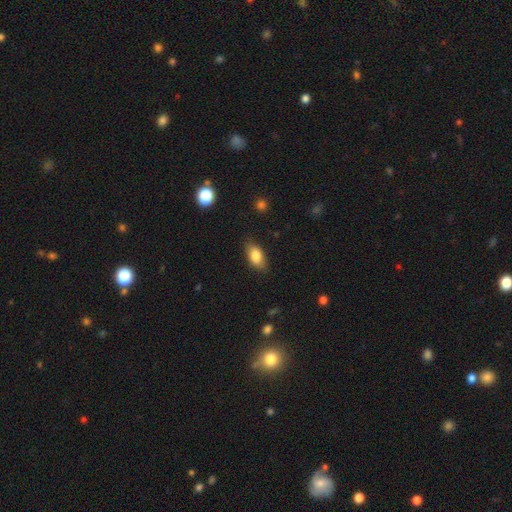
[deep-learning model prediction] Smooth or featured?
  - smooth: 82% *
  - featured or disk: 10%
  - star or artifact: 7%
How rounded?
  - in between: 89% *
  - cigar-shaped: 6%
  - round: 5%
Merging?
  - none: 82% *
  - minor disturbance: 14%
  - major disturbance: 3%
  - merger: 1%